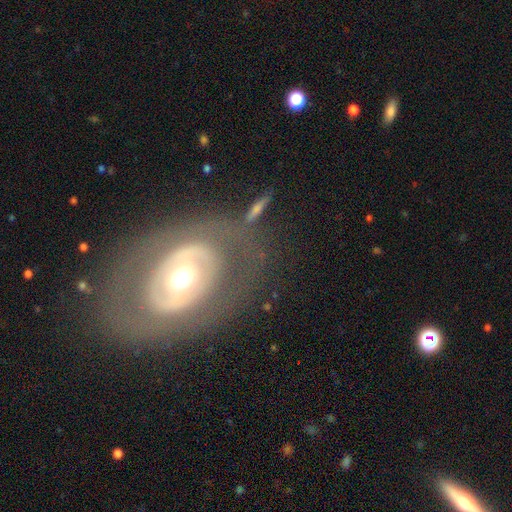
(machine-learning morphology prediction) smooth_or_featured: featured or disk (p=0.71) [alt: smooth p=0.23]
disk_edge_on: no (p=0.94) [alt: yes p=0.06]
bar: no (p=0.70) [alt: weak p=0.19]
has_spiral_arms: no (p=0.65) [alt: yes p=0.35]
bulge_size: moderate (p=0.65) [alt: large p=0.17]
merging: none (p=0.76) [alt: minor disturbance p=0.13]